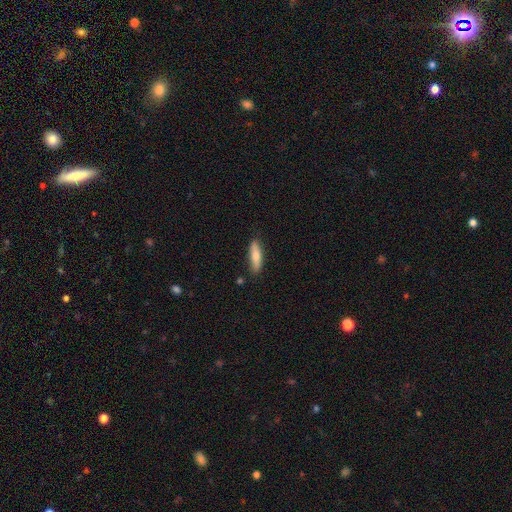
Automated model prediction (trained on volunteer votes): A smooth galaxy with no disk features (74%) that is cigar-shaped (67%). Merging: none (82%).